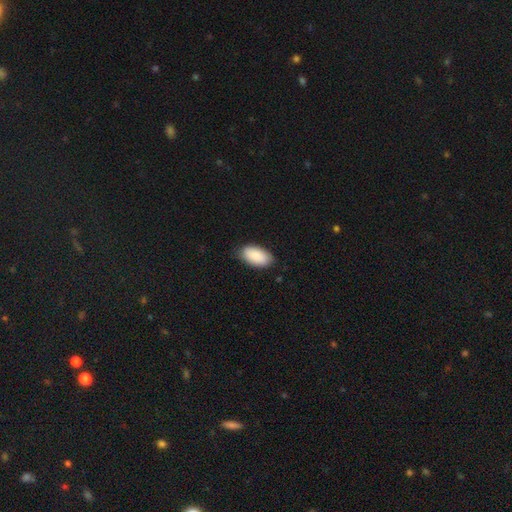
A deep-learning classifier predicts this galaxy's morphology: smooth 90%, star or artifact 6%, featured or disk 4%. Down the decision tree: how rounded — in between (95%); merging — none (81%).